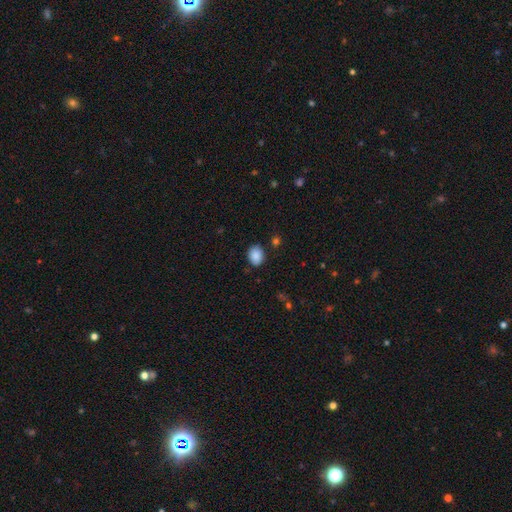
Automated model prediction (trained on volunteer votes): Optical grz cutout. It shows a smooth galaxy with no disk features (88%) that is in between round and cigar-shaped (57%). Merging: none (83%).